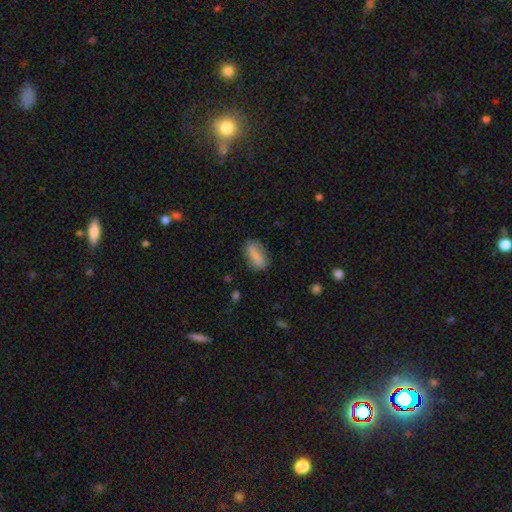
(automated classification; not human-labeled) Q: Smooth or featured?
A: smooth (82%); runner-up: featured or disk (11%)
Q: How rounded?
A: in between (78%); runner-up: cigar-shaped (17%)
Q: Merging?
A: none (77%); runner-up: minor disturbance (17%)